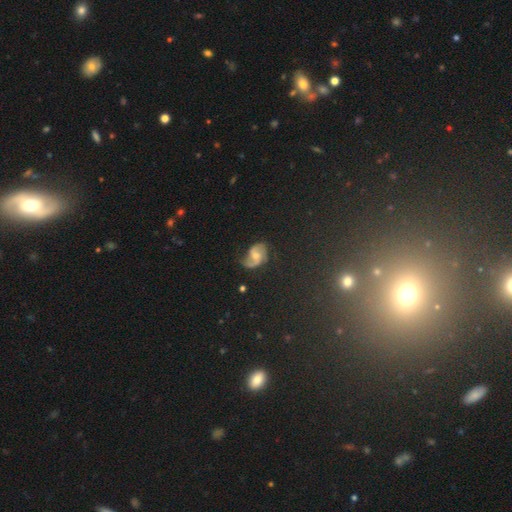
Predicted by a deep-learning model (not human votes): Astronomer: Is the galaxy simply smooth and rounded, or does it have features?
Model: featured or disk — 80%.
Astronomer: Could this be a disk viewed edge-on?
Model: no — 98%.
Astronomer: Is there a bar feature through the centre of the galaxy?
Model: no — 51% (runner-up: weak, 41%).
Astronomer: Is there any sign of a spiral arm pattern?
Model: yes — 96%.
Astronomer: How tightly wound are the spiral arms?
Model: medium — 44% (runner-up: loose, 42%).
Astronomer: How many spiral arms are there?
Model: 2 — 87%.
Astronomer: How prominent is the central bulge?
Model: moderate — 53% (runner-up: small, 38%).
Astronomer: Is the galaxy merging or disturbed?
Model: none — 63%.